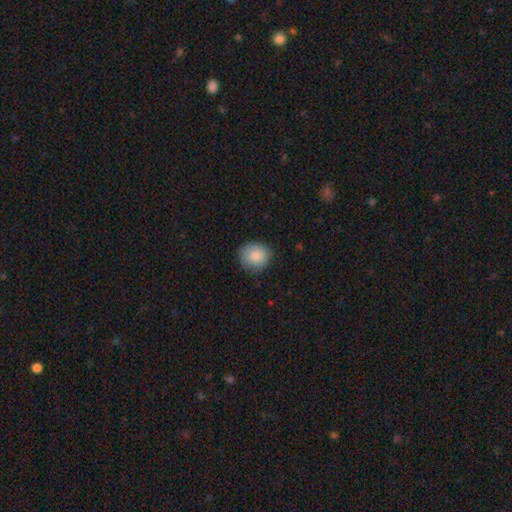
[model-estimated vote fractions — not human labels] smooth-or-featured: smooth: 86% | star or artifact: 8% | featured or disk: 6%
  how-rounded: round: 87% | in between: 12% | cigar-shaped: 1%
  merging: none: 85% | minor disturbance: 12% | major disturbance: 3% | merger: 1%